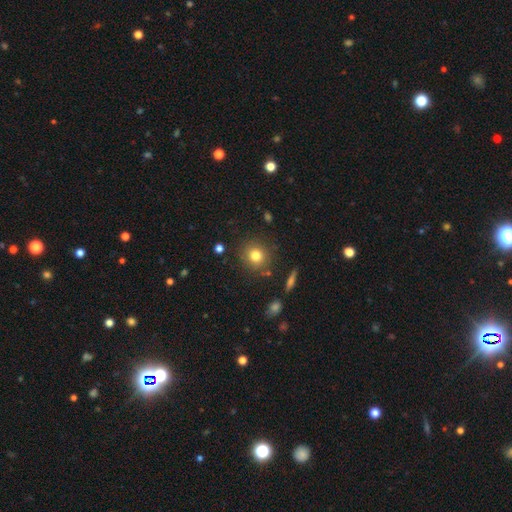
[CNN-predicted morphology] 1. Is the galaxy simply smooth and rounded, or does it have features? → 78% smooth, 12% star or artifact, 10% featured or disk.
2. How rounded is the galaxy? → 88% round, 11% in between, 1% cigar-shaped.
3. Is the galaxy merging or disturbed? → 85% none, 9% minor disturbance, 3% major disturbance, 3% merger.